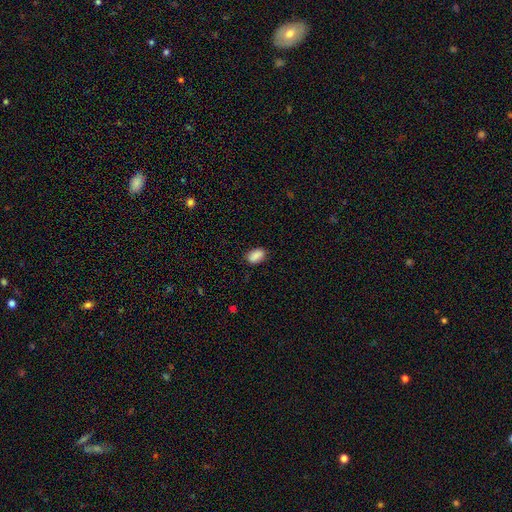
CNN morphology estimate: Q: Smooth or featured?
A: smooth (89%); runner-up: star or artifact (8%)
Q: How rounded?
A: in between (91%); runner-up: round (7%)
Q: Merging?
A: none (85%); runner-up: minor disturbance (12%)